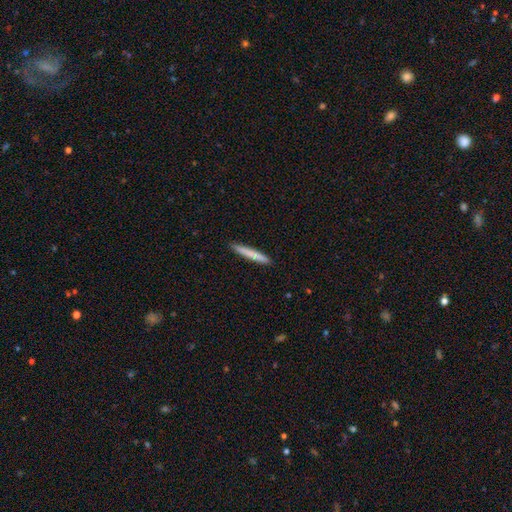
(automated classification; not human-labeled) This is likely a smooth galaxy (73%). How rounded: clearly cigar-shaped (97%). Merging: clearly none (92%).